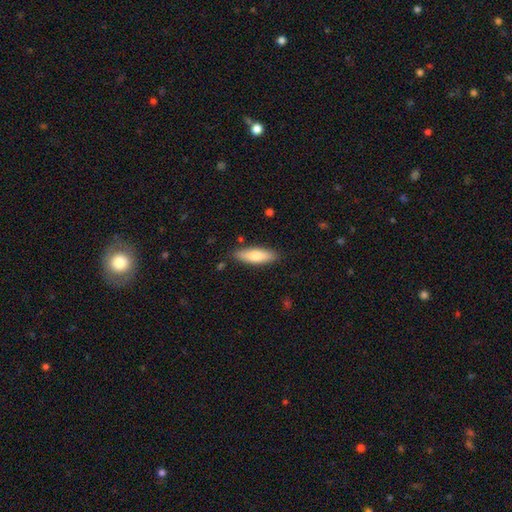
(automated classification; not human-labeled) This appears to be a smooth galaxy with no disk features (74%) that is in between round and cigar-shaped (51%). Merging: none (86%).